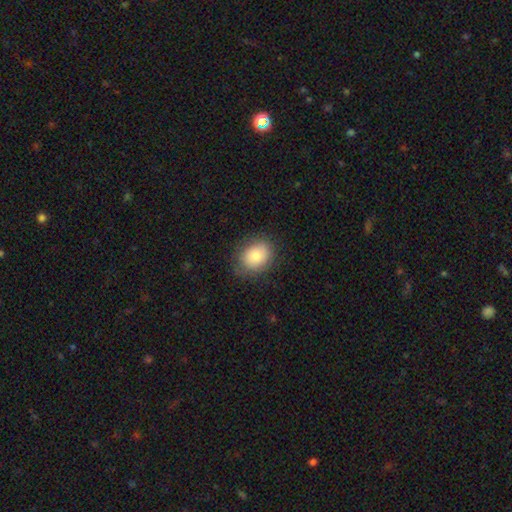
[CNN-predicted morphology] Smooth or featured?
  - smooth: 80% *
  - featured or disk: 11%
  - star or artifact: 8%
How rounded?
  - in between: 53% *
  - round: 46%
  - cigar-shaped: 1%
Merging?
  - none: 80% *
  - minor disturbance: 15%
  - major disturbance: 4%
  - merger: 1%